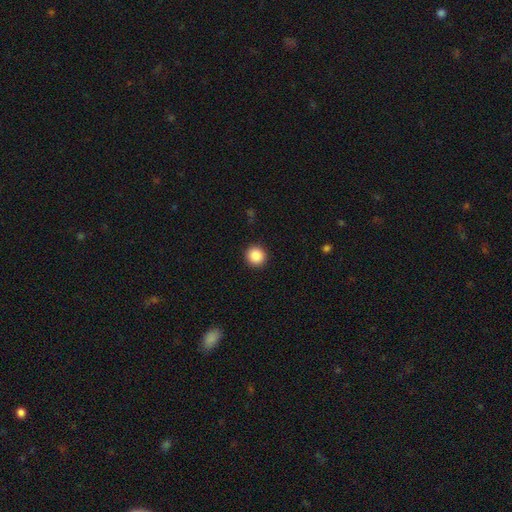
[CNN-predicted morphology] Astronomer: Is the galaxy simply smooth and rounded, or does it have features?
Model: smooth — 88%.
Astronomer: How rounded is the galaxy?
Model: round — 95%.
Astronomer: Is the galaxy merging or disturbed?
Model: none — 93%.